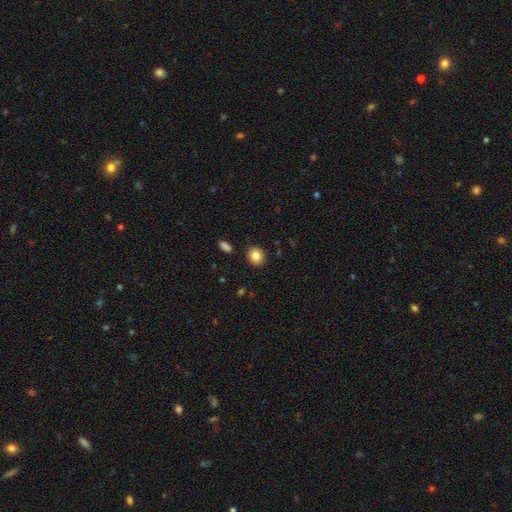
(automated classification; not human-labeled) A smooth galaxy with no disk features (84%) that is round (78%). Merging: none (90%).